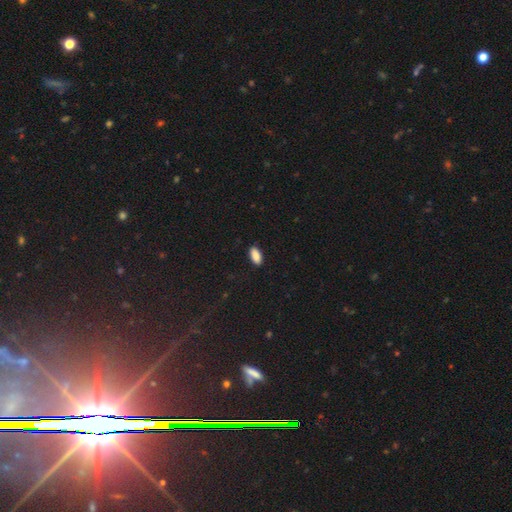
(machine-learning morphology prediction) smooth_or_featured: smooth (p=0.89) [alt: star or artifact p=0.07]
how_rounded: in between (p=0.89) [alt: cigar-shaped p=0.08]
merging: none (p=0.88) [alt: minor disturbance p=0.10]